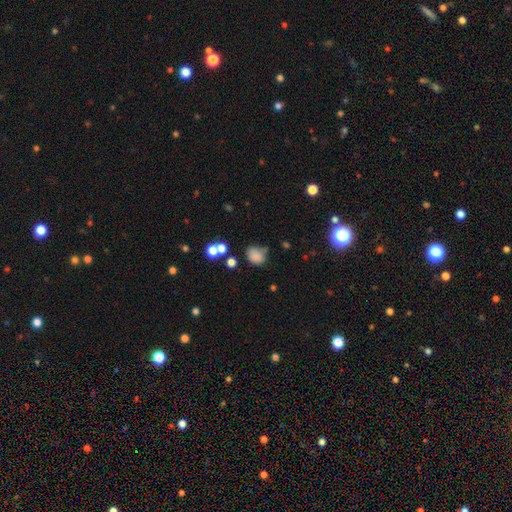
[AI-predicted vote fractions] smooth-or-featured: smooth: 79% | star or artifact: 13% | featured or disk: 8%
  how-rounded: round: 58% | in between: 41% | cigar-shaped: 1%
  merging: none: 52% | minor disturbance: 27% | merger: 11% | major disturbance: 10%